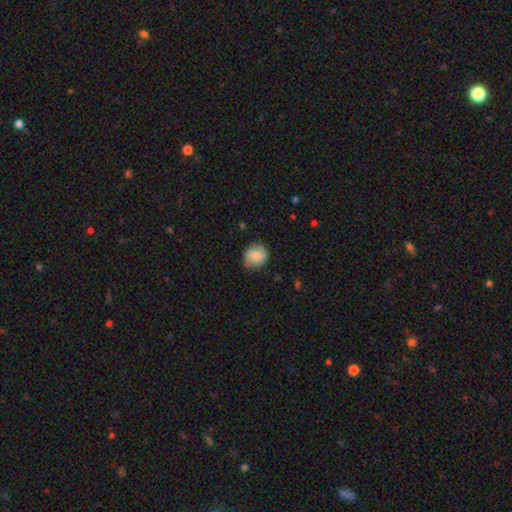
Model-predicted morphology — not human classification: type=smooth (77%); roundness=round (85%); merging=none (75%).